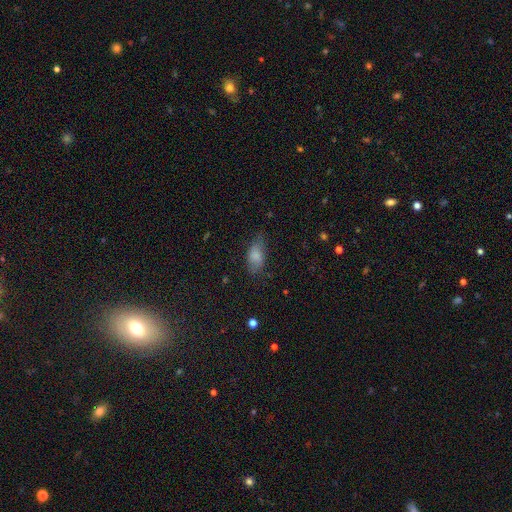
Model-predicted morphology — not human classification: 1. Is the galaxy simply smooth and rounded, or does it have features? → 80% smooth, 11% featured or disk, 8% star or artifact.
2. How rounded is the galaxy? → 88% in between, 7% cigar-shaped, 5% round.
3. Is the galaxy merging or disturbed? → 65% none, 25% minor disturbance, 9% major disturbance, 1% merger.